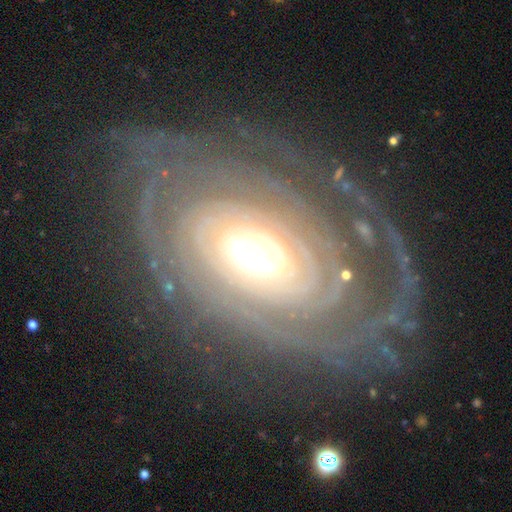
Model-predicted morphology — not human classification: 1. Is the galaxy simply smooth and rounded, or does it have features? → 89% featured or disk, 6% smooth, 5% star or artifact.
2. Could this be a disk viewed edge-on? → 95% no, 5% yes.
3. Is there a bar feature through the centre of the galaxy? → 63% no, 21% weak, 16% strong.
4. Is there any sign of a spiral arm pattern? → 96% yes, 4% no.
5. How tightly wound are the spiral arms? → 80% tight, 15% medium, 5% loose.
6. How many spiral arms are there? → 28% can't tell, 18% more than 4, 16% 2, 16% 3, 14% 4, 9% 1.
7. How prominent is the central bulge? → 56% moderate, 31% large, 8% small, 3% dominant, 1% none.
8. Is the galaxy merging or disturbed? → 72% none, 15% minor disturbance, 11% major disturbance, 2% merger.